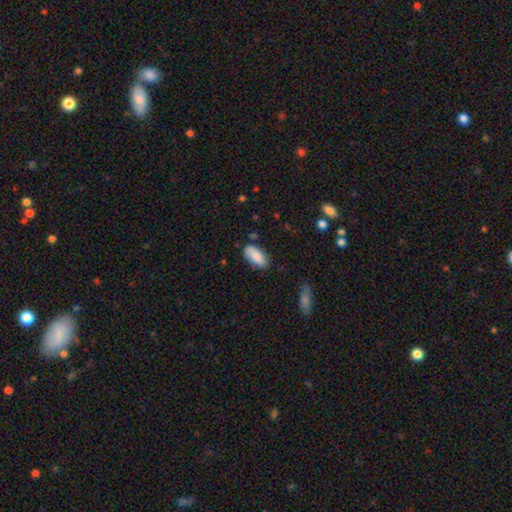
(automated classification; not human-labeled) Smooth or featured?
  - smooth: 86% *
  - featured or disk: 8%
  - star or artifact: 6%
How rounded?
  - in between: 91% *
  - cigar-shaped: 7%
  - round: 2%
Merging?
  - none: 75% *
  - minor disturbance: 19%
  - major disturbance: 4%
  - merger: 2%